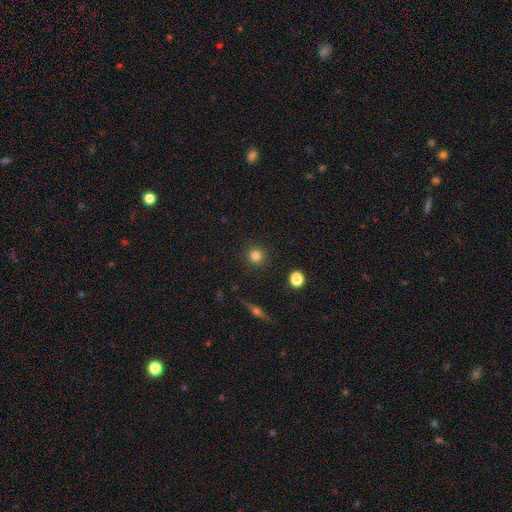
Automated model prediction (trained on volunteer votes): Smooth or featured? Predicted: smooth (p=0.81). How rounded? Predicted: round (p=0.94). Merging? Predicted: none (p=0.91).